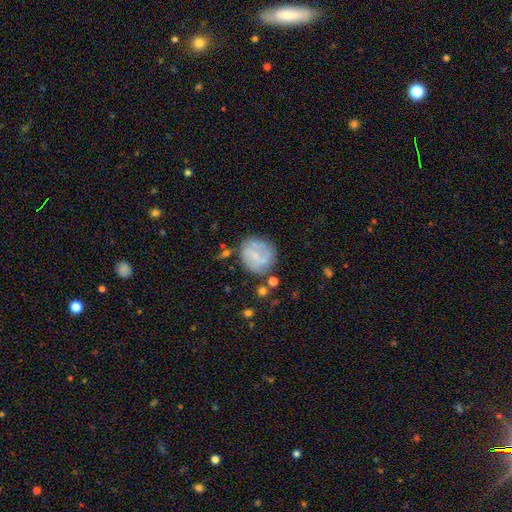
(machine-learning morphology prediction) Smooth or featured?
  - smooth: 47% *
  - featured or disk: 45%
  - star or artifact: 8%
Merging?
  - none: 63% *
  - minor disturbance: 21%
  - major disturbance: 10%
  - merger: 7%